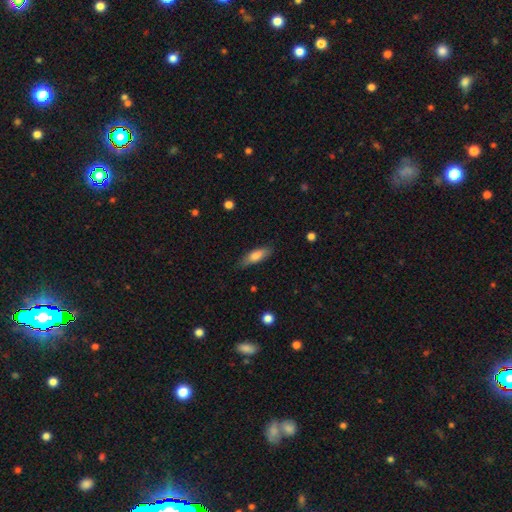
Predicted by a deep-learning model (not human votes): smooth 76%, featured or disk 18%, star or artifact 6%. Down the decision tree: how rounded — in between (57%); merging — none (79%).